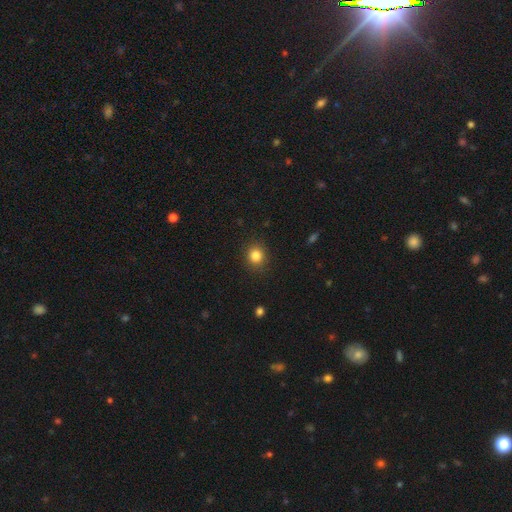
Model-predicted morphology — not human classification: Overall: smooth (84%). How rounded: round (83%). Merging: none (89%).